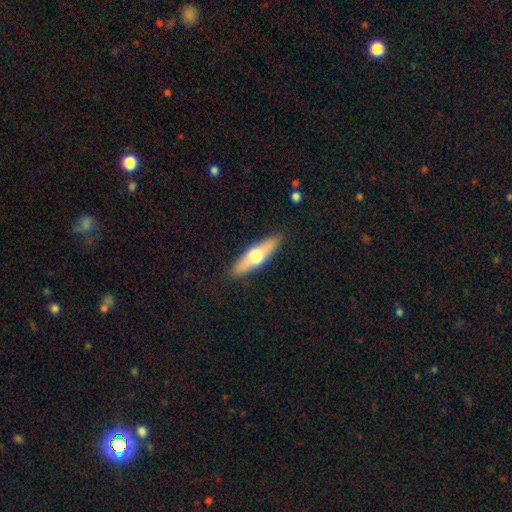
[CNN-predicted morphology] Smooth or featured? Predicted: smooth (p=0.47, tied with featured or disk). Merging? Predicted: none (p=0.88).